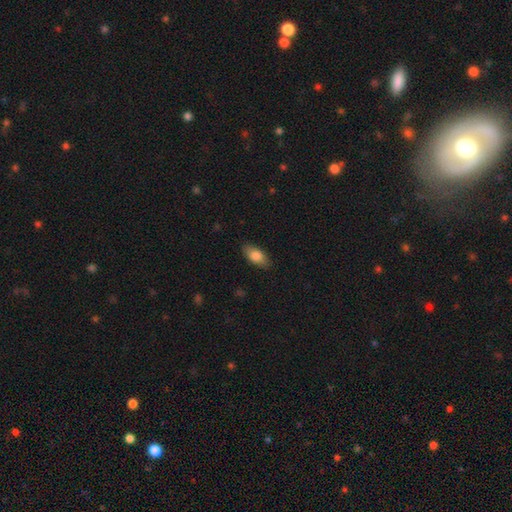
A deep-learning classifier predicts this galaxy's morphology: The model was most divided on "smooth or featured": smooth: 83%, featured or disk: 11%, star or artifact: 6%. More confident: how rounded — in between (90%); merging — none (86%).